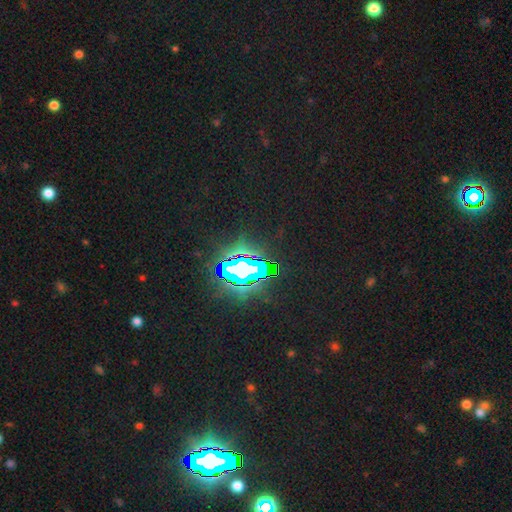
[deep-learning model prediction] Smooth or featured?
  - star or artifact: 78% *
  - smooth: 12%
  - featured or disk: 10%